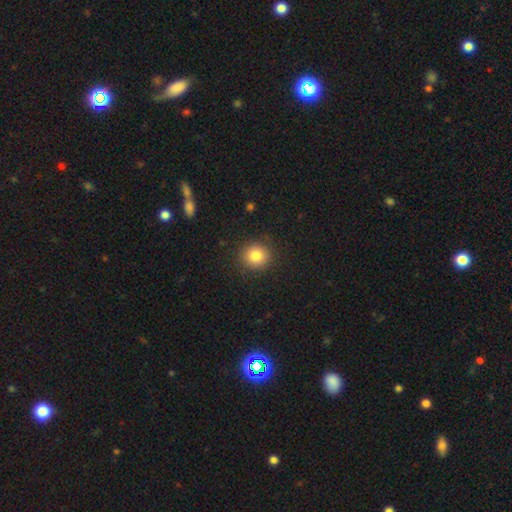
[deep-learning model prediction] Smooth or featured?
  - smooth: 84% *
  - star or artifact: 10%
  - featured or disk: 6%
How rounded?
  - round: 86% *
  - in between: 13%
  - cigar-shaped: 1%
Merging?
  - none: 89% *
  - minor disturbance: 7%
  - major disturbance: 3%
  - merger: 1%